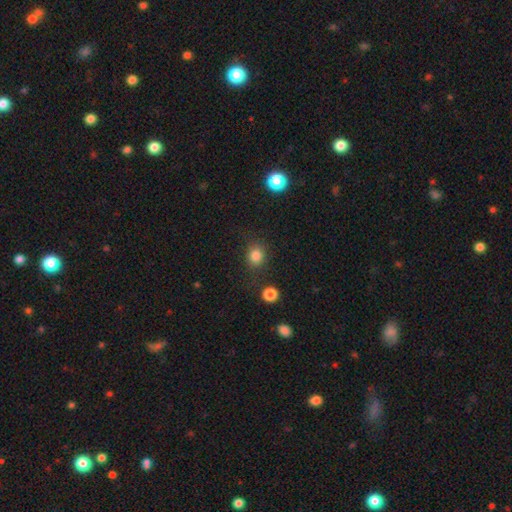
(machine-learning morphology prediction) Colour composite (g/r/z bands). It shows a smooth galaxy with no disk features (83%) that is round (74%). Merging: none (79%).